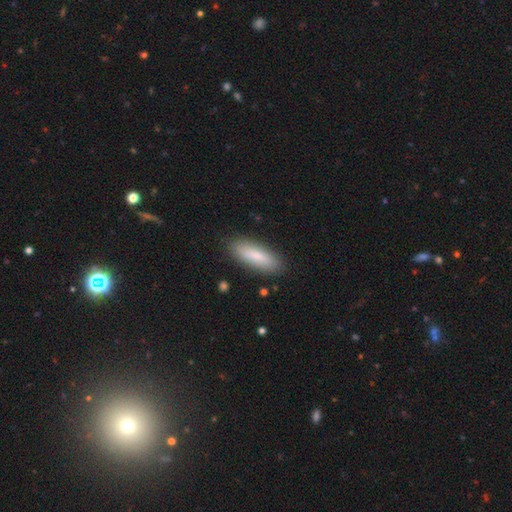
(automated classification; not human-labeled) Smooth or featured? Predicted: smooth (p=0.80). How rounded? Predicted: in between (p=0.56). Merging? Predicted: none (p=0.86).